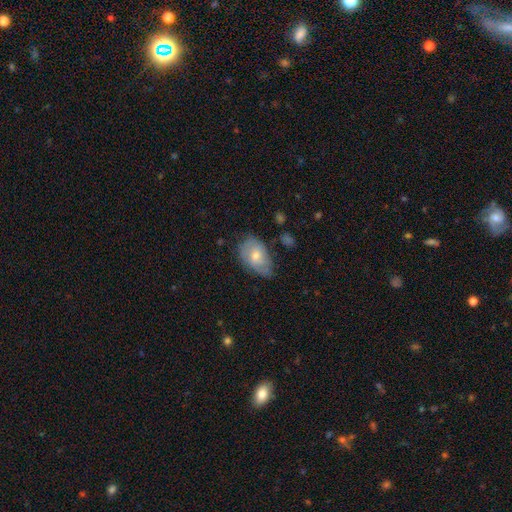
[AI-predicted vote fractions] Q: Smooth or featured?
A: featured or disk (51%); runner-up: smooth (42%)
Q: Edge-on disk?
A: no (94%); runner-up: yes (6%)
Q: Merging?
A: none (59%); runner-up: minor disturbance (31%)